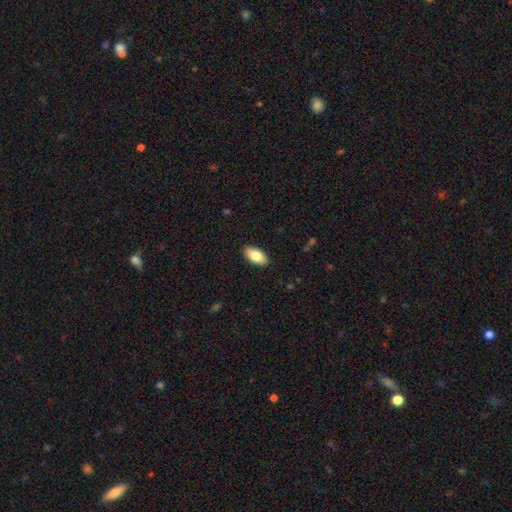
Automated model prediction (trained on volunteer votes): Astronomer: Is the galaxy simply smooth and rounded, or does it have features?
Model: smooth — 82%.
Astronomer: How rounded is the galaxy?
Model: in between — 93%.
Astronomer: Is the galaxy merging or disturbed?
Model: none — 90%.